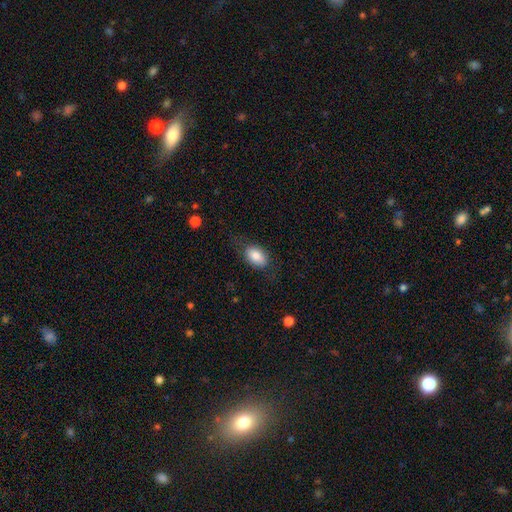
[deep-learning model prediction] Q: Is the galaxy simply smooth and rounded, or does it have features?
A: smooth — 83%.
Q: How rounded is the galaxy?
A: in between — 89%.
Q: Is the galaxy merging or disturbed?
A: none — 69%.